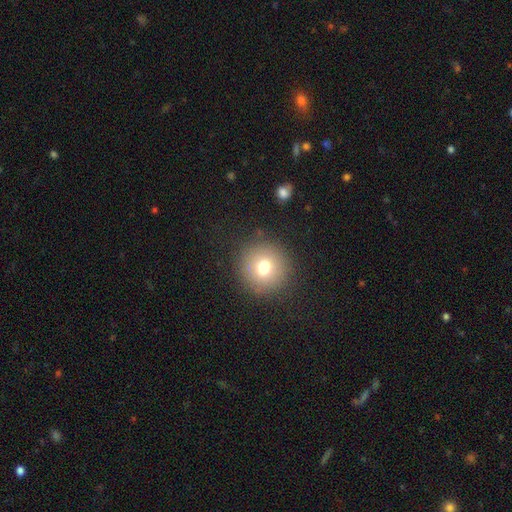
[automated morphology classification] A smooth galaxy with no disk features (71%) that is round (95%).

Vote fractions:
- Smooth or featured? smooth: 71% / star or artifact: 18% / featured or disk: 12%
- How rounded? round: 95% / in between: 4% / cigar-shaped: 1%
- Merging? none: 91% / minor disturbance: 5% / major disturbance: 2% / merger: 1%